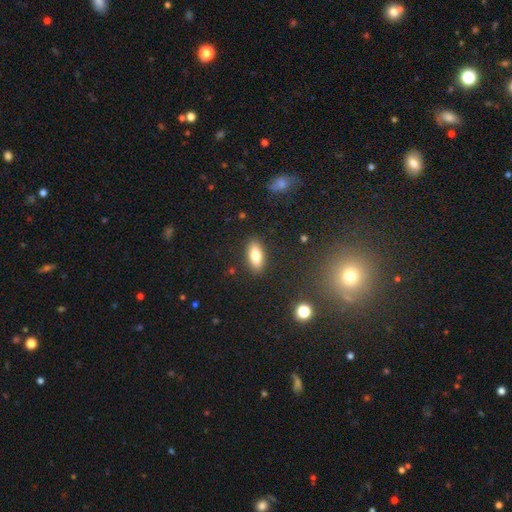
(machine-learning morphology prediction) Smooth or featured? smooth (78%)
How rounded? in between (83%)
Merging? none (88%)